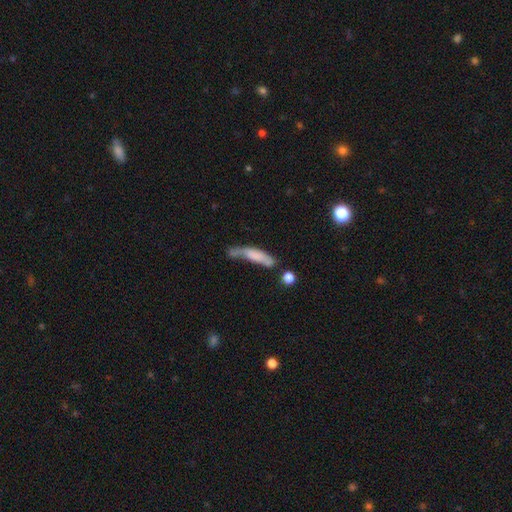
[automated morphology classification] Smooth or featured: smooth — 64% (featured or disk — 28%)
How rounded: cigar-shaped — 72% (in between — 25%)
Merging: none — 32% (minor disturbance — 25%)